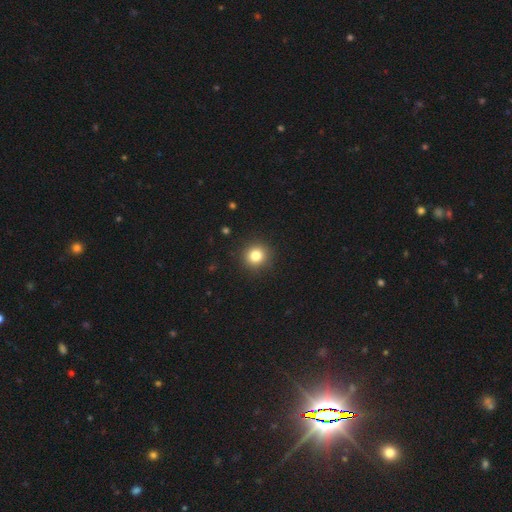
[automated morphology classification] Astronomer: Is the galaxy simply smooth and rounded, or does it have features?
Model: smooth — 82%.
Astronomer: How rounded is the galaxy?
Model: round — 93%.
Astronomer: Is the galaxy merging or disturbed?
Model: none — 91%.